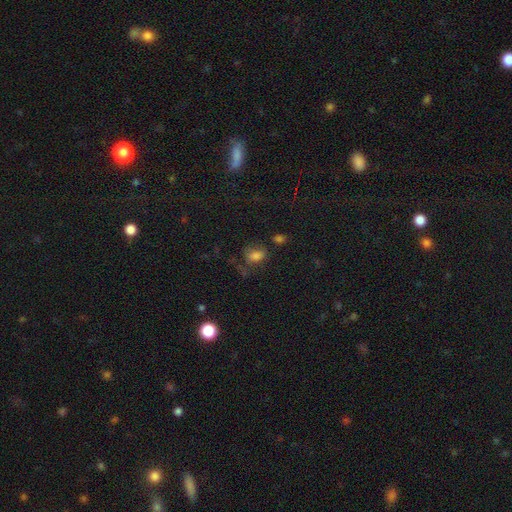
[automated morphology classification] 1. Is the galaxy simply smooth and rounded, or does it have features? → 71% smooth, 18% star or artifact, 11% featured or disk.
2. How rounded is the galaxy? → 75% in between, 23% round, 2% cigar-shaped.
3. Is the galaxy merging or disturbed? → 44% none, 24% minor disturbance, 23% major disturbance, 9% merger.